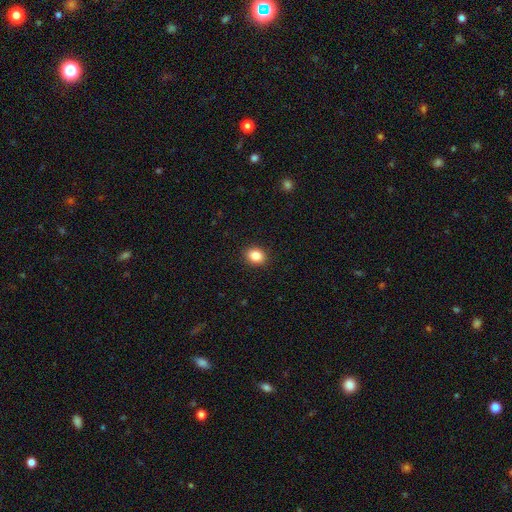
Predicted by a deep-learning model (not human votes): This is clearly a smooth galaxy (86%). How rounded: possibly in between (53%). Merging: clearly none (91%).